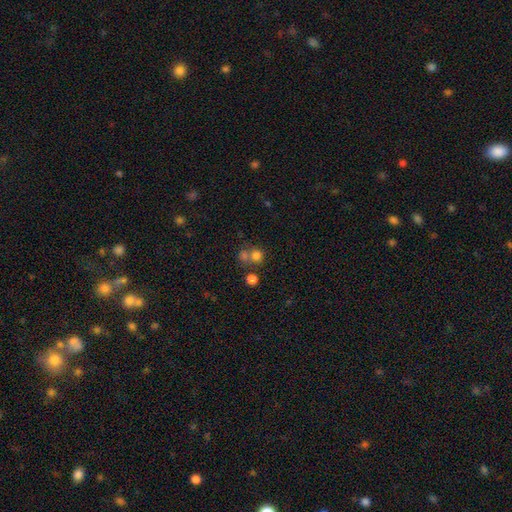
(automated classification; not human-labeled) Overall: smooth (68%). How rounded: round (87%). Merging: none (52%; merger 38%).